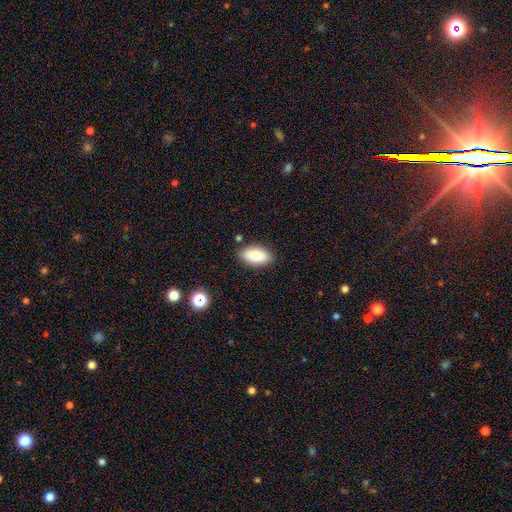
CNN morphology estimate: type=smooth (86%); roundness=in between (91%); merging=none (85%).